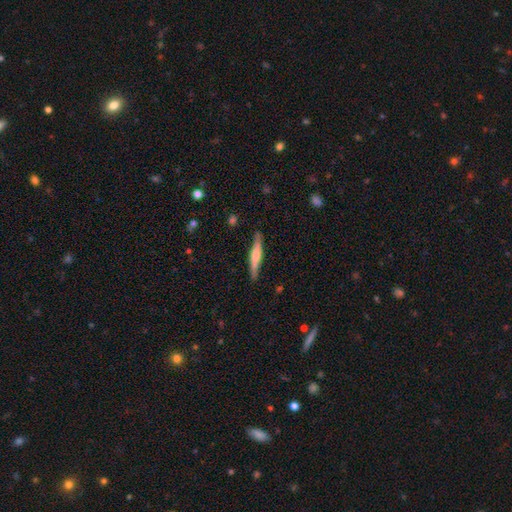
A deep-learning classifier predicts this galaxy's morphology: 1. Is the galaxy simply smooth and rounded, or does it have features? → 49% smooth, 45% featured or disk, 5% star or artifact.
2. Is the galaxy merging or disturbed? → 87% none, 10% minor disturbance, 2% major disturbance, 1% merger.